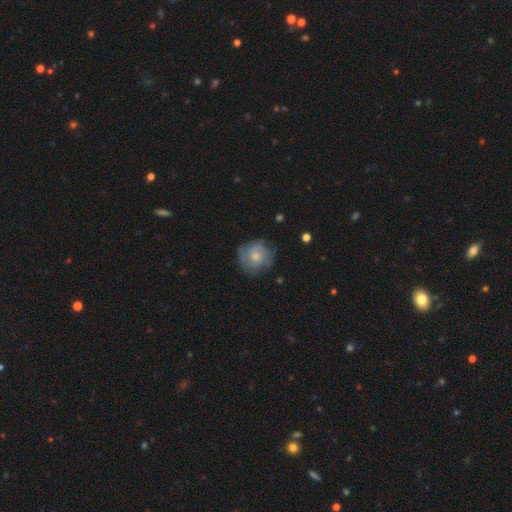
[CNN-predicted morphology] Smooth or featured?
  - smooth: 53% *
  - featured or disk: 39%
  - star or artifact: 8%
How rounded?
  - round: 87% *
  - in between: 12%
  - cigar-shaped: 1%
Merging?
  - none: 68% *
  - minor disturbance: 22%
  - major disturbance: 9%
  - merger: 2%